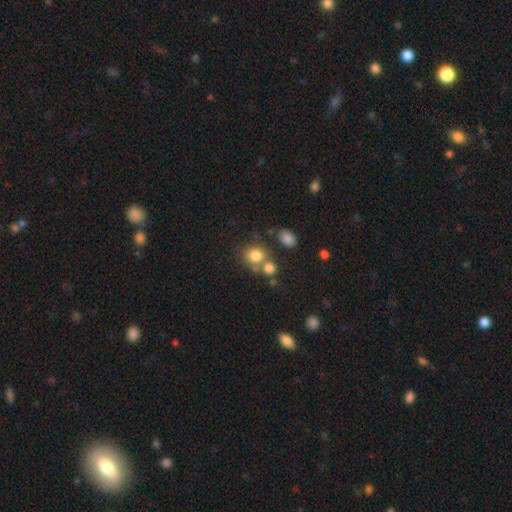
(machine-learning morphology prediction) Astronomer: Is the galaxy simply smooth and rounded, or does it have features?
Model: smooth — 79%.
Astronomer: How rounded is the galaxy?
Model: round — 77%.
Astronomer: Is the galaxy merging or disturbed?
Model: none — 53% (runner-up: merger, 33%).